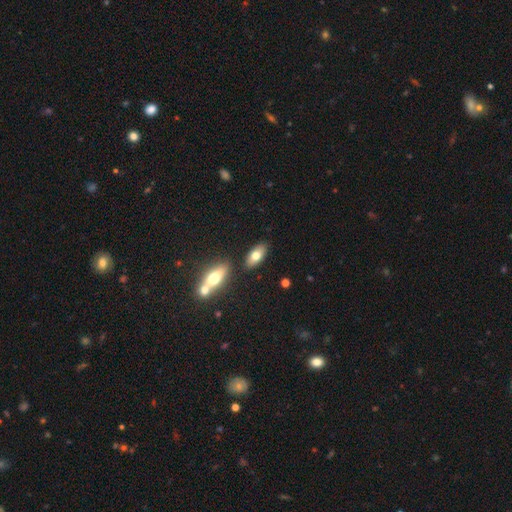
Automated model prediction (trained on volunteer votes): Overall: smooth (72%). How rounded: in between (88%). Merging: none (80%).